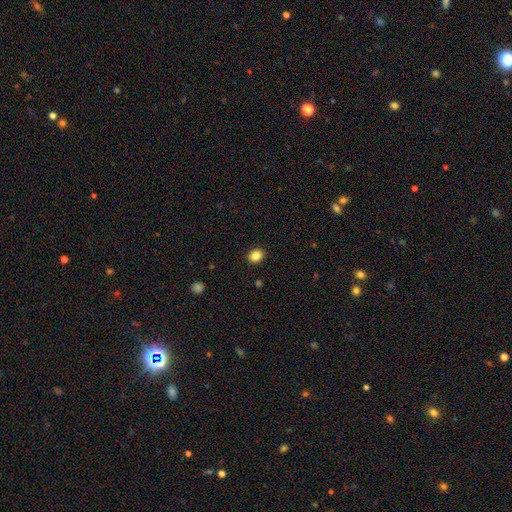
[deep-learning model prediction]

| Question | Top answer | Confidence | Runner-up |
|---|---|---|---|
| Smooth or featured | smooth | 86% | star or artifact (10%) |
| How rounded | round | 58% | in between (41%) |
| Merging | none | 91% | minor disturbance (6%) |